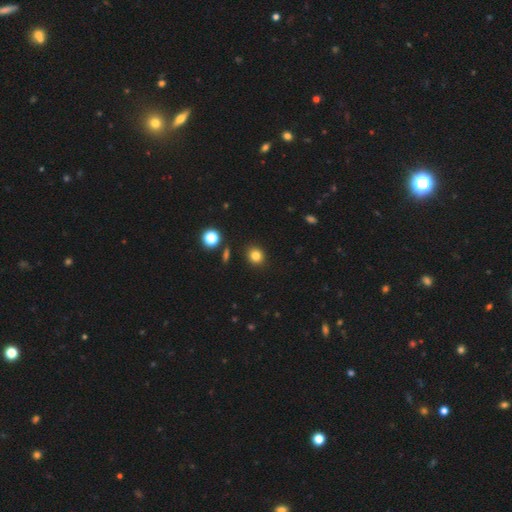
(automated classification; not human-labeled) Smooth or featured? Predicted: smooth (p=0.81). How rounded? Predicted: round (p=0.80). Merging? Predicted: none (p=0.89).